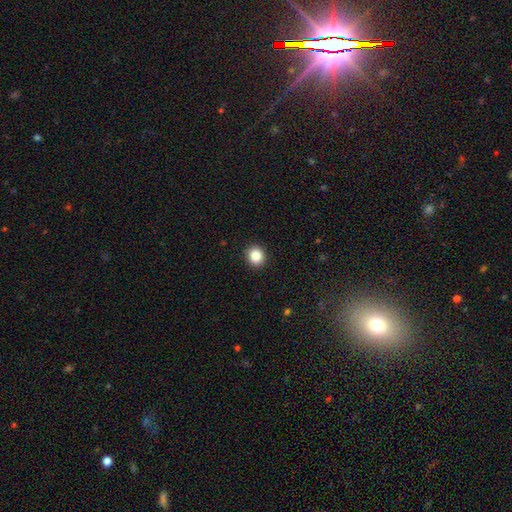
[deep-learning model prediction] smooth 86%, star or artifact 10%, featured or disk 4%. Down the decision tree: how rounded — round (85%); merging — none (92%).